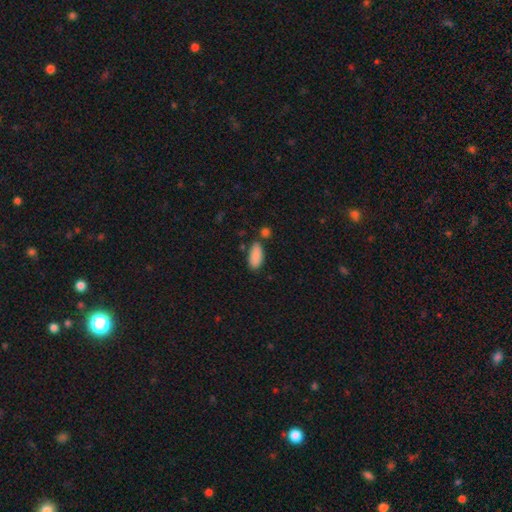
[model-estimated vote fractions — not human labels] Smooth or featured? smooth (88%)
How rounded? in between (87%)
Merging? none (73%)